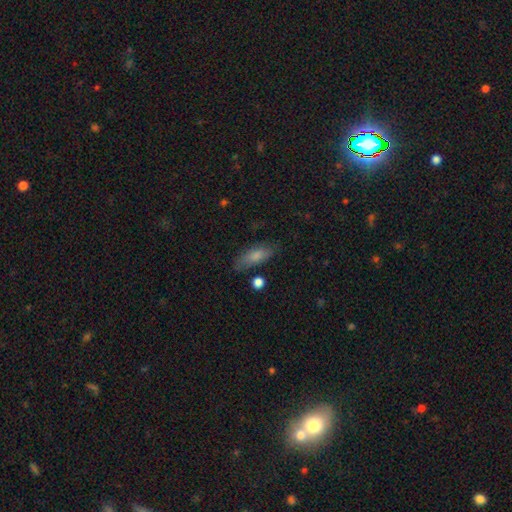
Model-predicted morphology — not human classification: Smooth or featured?
  - smooth: 78% *
  - featured or disk: 15%
  - star or artifact: 7%
How rounded?
  - in between: 71% *
  - cigar-shaped: 27%
  - round: 3%
Merging?
  - none: 72% *
  - minor disturbance: 19%
  - major disturbance: 5%
  - merger: 4%